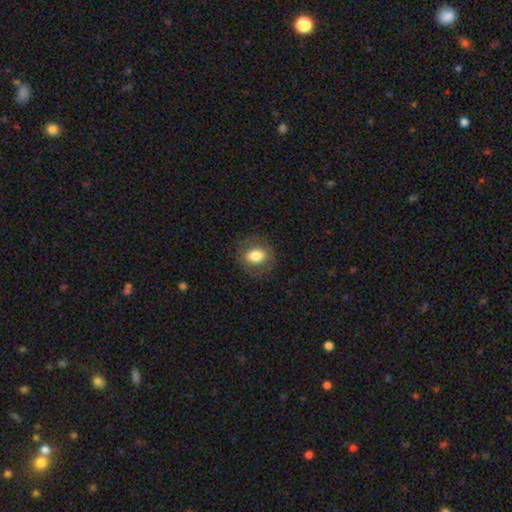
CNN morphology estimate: Smooth or featured?
  - smooth: 76% *
  - featured or disk: 16%
  - star or artifact: 8%
How rounded?
  - in between: 50% *
  - round: 49%
  - cigar-shaped: 1%
Merging?
  - none: 83% *
  - minor disturbance: 11%
  - major disturbance: 5%
  - merger: 1%